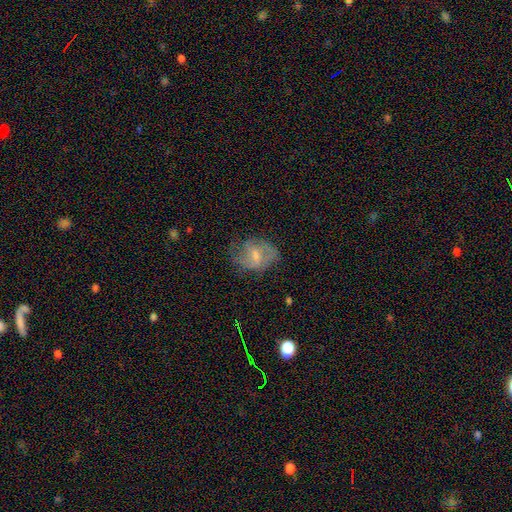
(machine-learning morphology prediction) smooth-or-featured: featured or disk: 52% | smooth: 40% | star or artifact: 8%
  disk-edge-on: no: 96% | yes: 4%
    bar: weak: 52% | no: 34% | strong: 14%
    has-spiral-arms: yes: 71% | no: 29%
    bulge-size: small: 43% | moderate: 41% | none: 11% | large: 4% | dominant: 1%
  merging: none: 53% | minor disturbance: 28% | major disturbance: 17% | merger: 2%